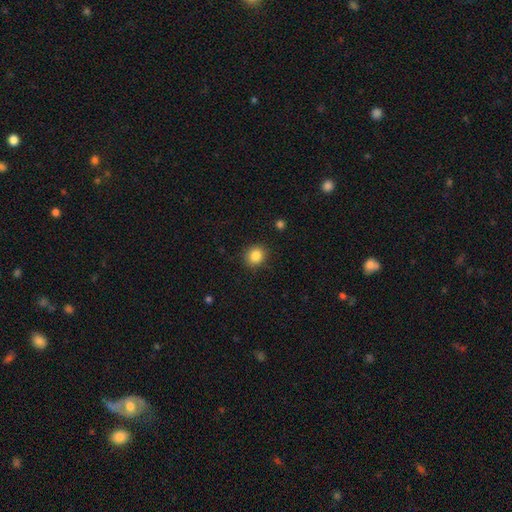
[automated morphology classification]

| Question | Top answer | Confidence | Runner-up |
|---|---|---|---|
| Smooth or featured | smooth | 85% | star or artifact (10%) |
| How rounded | round | 77% | in between (22%) |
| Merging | none | 89% | minor disturbance (8%) |